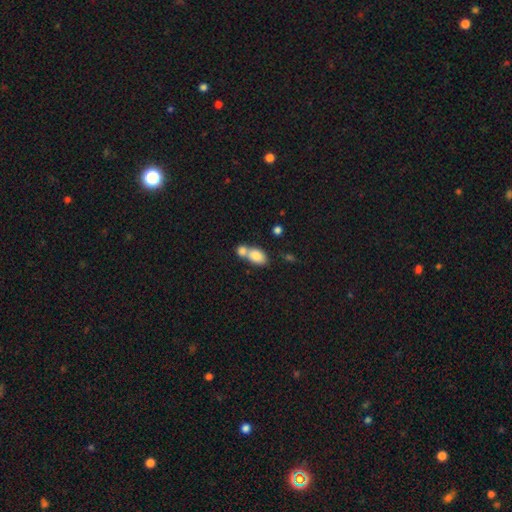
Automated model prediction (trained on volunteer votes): A smooth galaxy with no disk features (82%) that is in between round and cigar-shaped (84%). Merging: merger (59%).